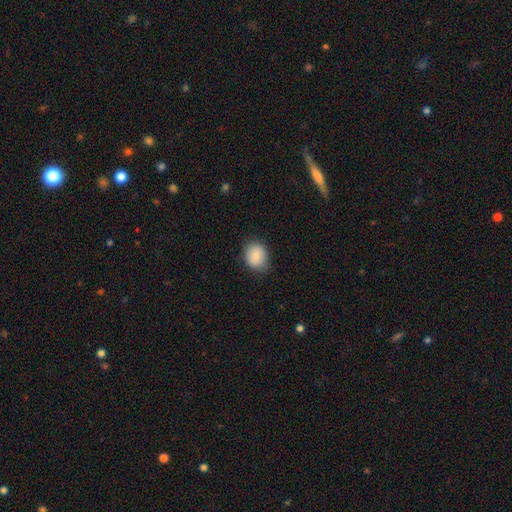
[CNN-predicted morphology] Smooth or featured: smooth — 83% (featured or disk — 9%)
How rounded: round — 52% (in between — 47%)
Merging: none — 82% (minor disturbance — 14%)